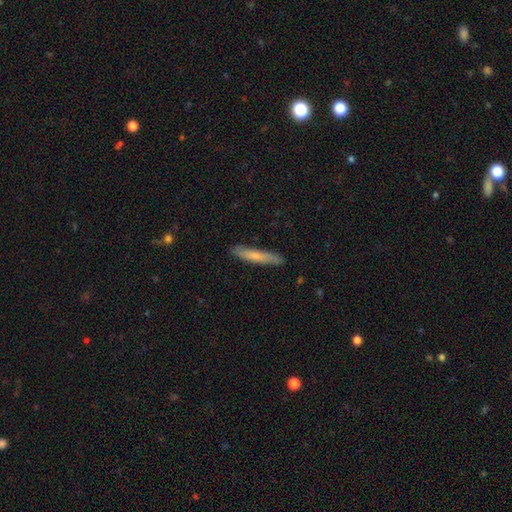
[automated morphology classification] Smooth or featured? smooth (68%)
How rounded? cigar-shaped (94%)
Merging? none (88%)